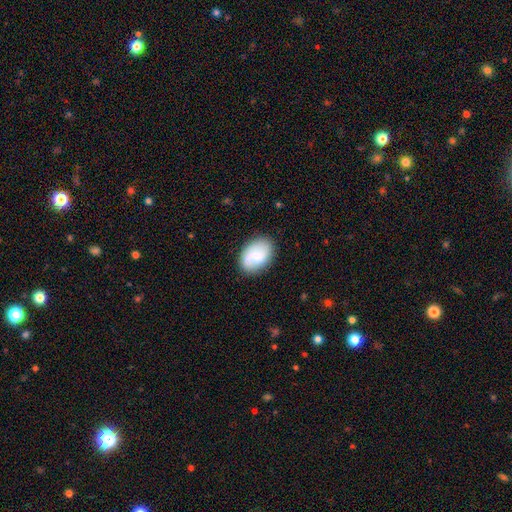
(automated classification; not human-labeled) A smooth galaxy with no disk features (59%) that is in between round and cigar-shaped (83%).

Vote fractions:
- Smooth or featured? smooth: 59% / featured or disk: 34% / star or artifact: 7%
- How rounded? in between: 83% / round: 16% / cigar-shaped: 1%
- Merging? none: 80% / minor disturbance: 14% / major disturbance: 4% / merger: 2%